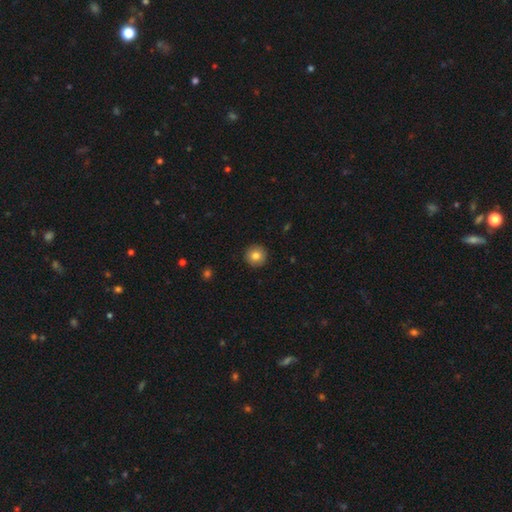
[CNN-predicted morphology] smooth 83%, star or artifact 9%, featured or disk 8%. Down the decision tree: how rounded — round (95%); merging — none (93%).